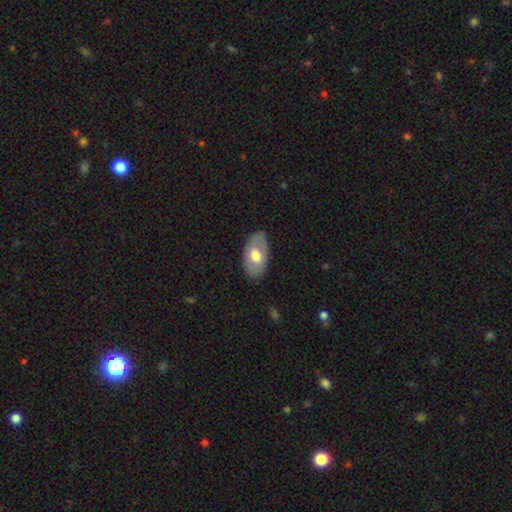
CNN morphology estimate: This appears to be a smooth galaxy with no disk features (58%) that is in between round and cigar-shaped (93%). Merging: none (82%).